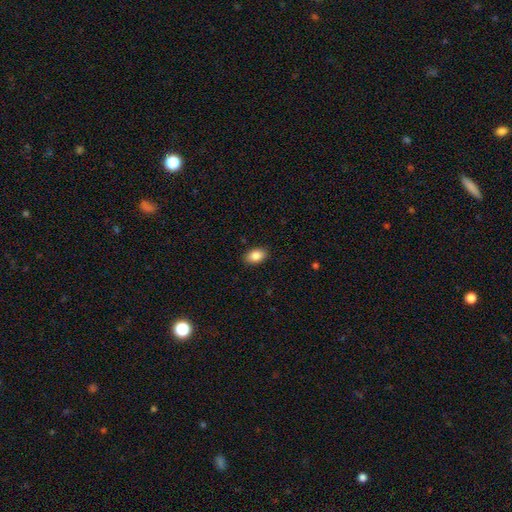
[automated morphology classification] smooth-or-featured: smooth: 86% | star or artifact: 8% | featured or disk: 6%
  how-rounded: in between: 89% | round: 9% | cigar-shaped: 1%
  merging: none: 89% | minor disturbance: 8% | major disturbance: 2% | merger: 1%